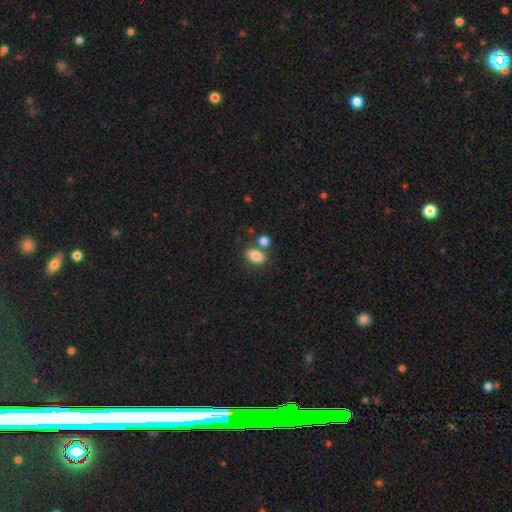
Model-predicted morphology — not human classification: A smooth galaxy with no disk features (83%) that is in between round and cigar-shaped (82%). Merging: none (65%).